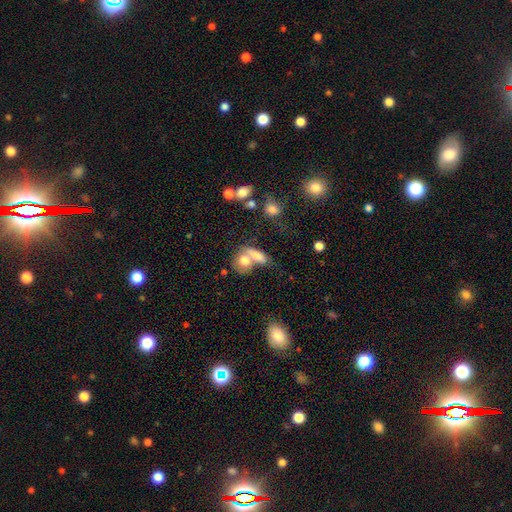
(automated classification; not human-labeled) Overall: smooth (72%). How rounded: in between (59%; round 31%). Merging: merger (58%; none 26%).